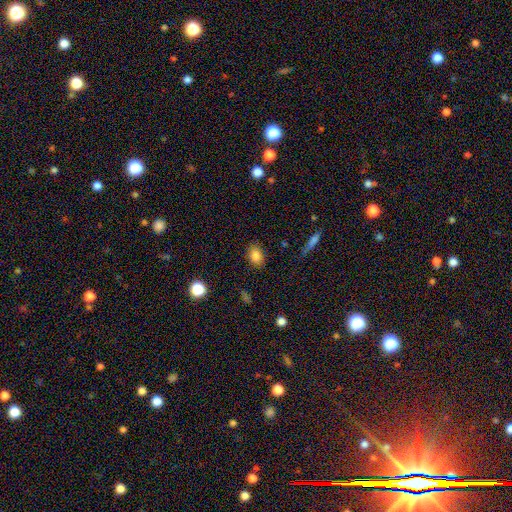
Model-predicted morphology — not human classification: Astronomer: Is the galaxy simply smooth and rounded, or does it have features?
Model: smooth — 83%.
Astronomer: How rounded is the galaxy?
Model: in between — 70%.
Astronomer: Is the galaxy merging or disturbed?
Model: none — 84%.